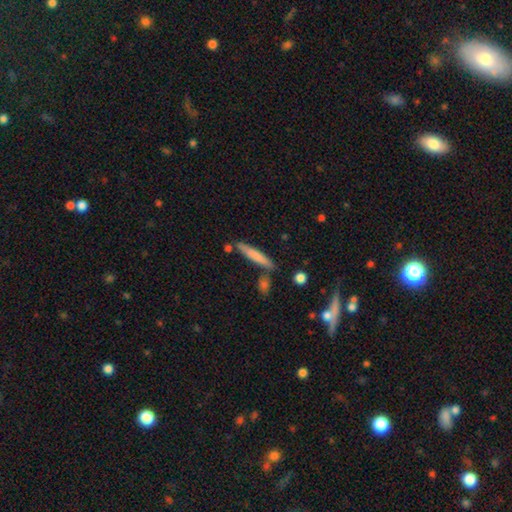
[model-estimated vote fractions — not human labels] Overall: smooth (72%). How rounded: cigar-shaped (92%). Merging: none (78%).